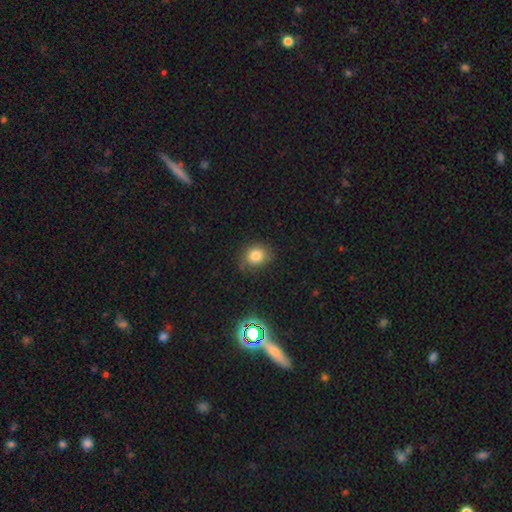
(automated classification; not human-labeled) This appears to be a smooth galaxy with no disk features (78%) that is round (64%). Merging: none (69%).